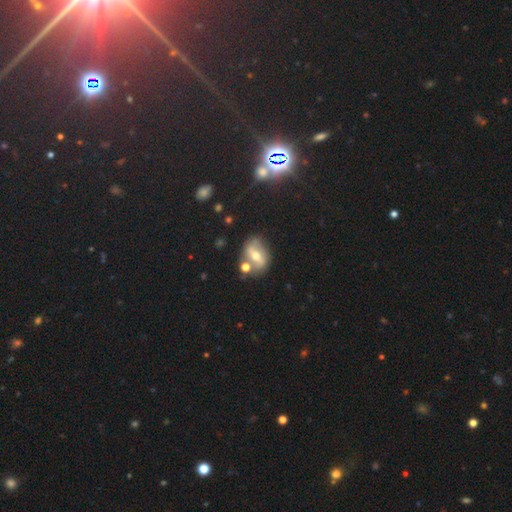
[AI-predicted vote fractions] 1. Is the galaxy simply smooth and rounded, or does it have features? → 57% featured or disk, 32% smooth, 10% star or artifact.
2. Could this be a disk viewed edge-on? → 89% no, 11% yes.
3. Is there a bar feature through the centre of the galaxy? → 44% strong, 32% weak, 24% no.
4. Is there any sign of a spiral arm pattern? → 54% yes, 46% no.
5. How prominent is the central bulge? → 70% moderate, 21% small, 6% large, 2% none, 1% dominant.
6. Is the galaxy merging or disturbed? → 66% none, 15% minor disturbance, 14% merger, 5% major disturbance.